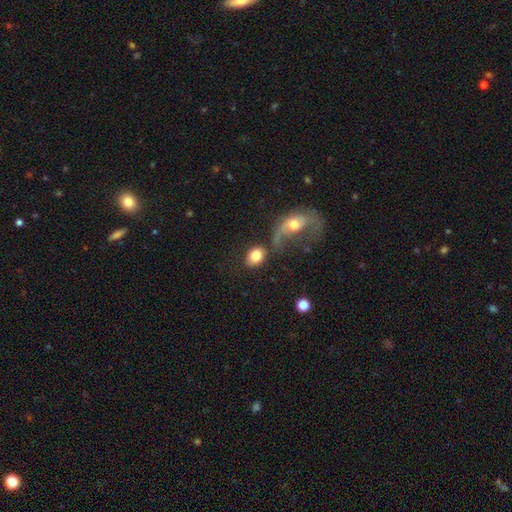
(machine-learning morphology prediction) Smooth or featured?
  - smooth: 80% *
  - featured or disk: 13%
  - star or artifact: 7%
How rounded?
  - in between: 63% *
  - round: 36%
  - cigar-shaped: 2%
Merging?
  - none: 57% *
  - merger: 20%
  - minor disturbance: 13%
  - major disturbance: 10%